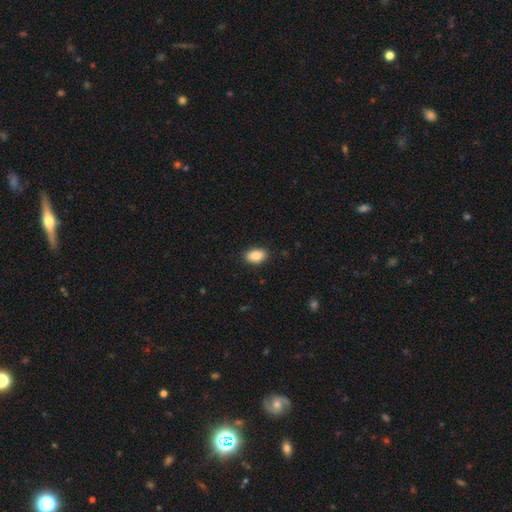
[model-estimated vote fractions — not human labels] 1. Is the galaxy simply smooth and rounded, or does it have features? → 88% smooth, 7% star or artifact, 5% featured or disk.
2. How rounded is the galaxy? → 91% in between, 8% round, 2% cigar-shaped.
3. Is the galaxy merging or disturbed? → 89% none, 8% minor disturbance, 2% major disturbance, 1% merger.